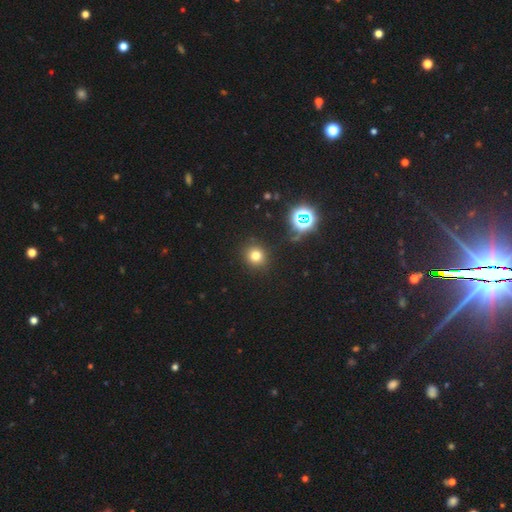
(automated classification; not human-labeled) Q: Smooth or featured?
A: smooth (74%); runner-up: star or artifact (20%)
Q: How rounded?
A: round (87%); runner-up: in between (12%)
Q: Merging?
A: none (90%); runner-up: minor disturbance (6%)